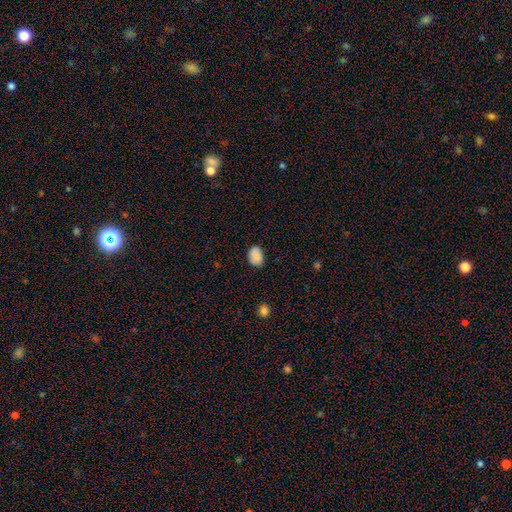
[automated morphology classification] type=smooth (87%); roundness=in between (77%); merging=none (78%).